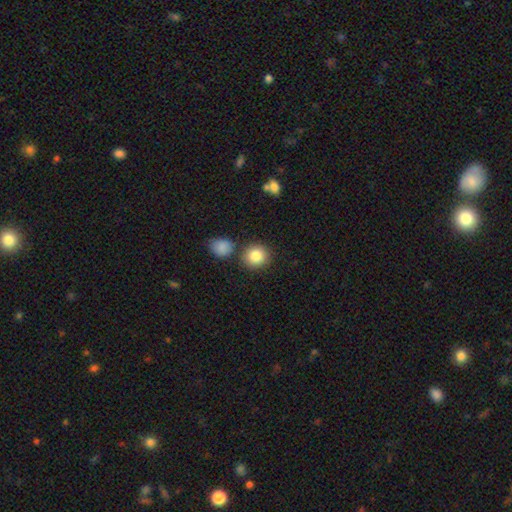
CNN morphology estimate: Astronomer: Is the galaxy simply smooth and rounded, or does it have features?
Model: smooth — 86%.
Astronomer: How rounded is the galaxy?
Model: round — 86%.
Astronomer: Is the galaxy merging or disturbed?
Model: none — 78%.